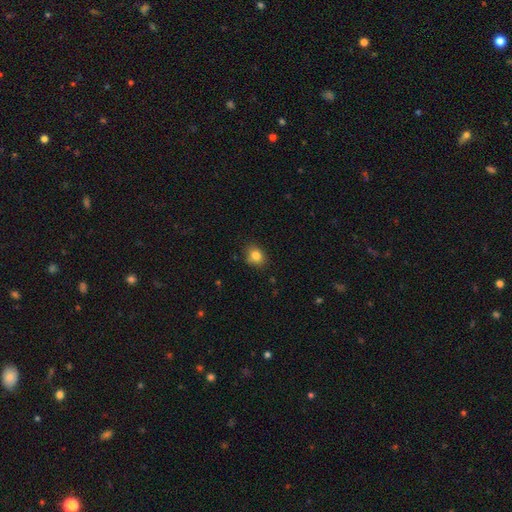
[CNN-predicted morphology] This is clearly a smooth galaxy (83%). How rounded: possibly round (54%). Merging: clearly none (82%).